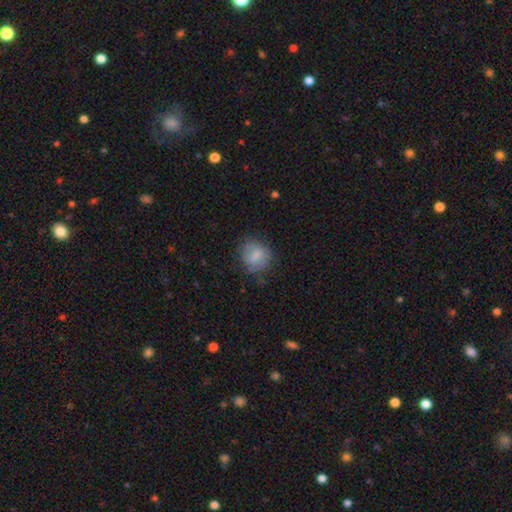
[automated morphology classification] This is likely a smooth galaxy (67%). How rounded: likely round (71%). Merging: likely none (67%).